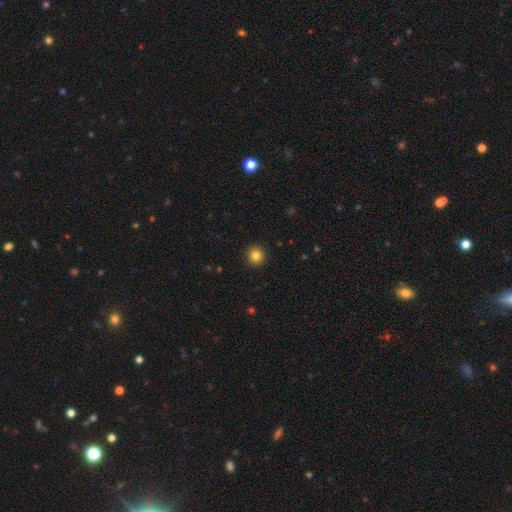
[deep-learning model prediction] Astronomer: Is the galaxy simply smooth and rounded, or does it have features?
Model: smooth — 83%.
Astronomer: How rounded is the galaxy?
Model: round — 92%.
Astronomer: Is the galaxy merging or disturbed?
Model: none — 92%.